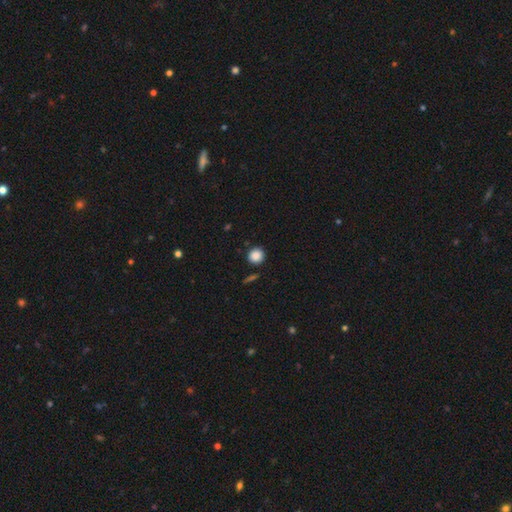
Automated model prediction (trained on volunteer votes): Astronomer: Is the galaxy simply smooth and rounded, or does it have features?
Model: smooth — 87%.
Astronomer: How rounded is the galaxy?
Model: round — 90%.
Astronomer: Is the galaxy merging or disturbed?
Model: none — 89%.